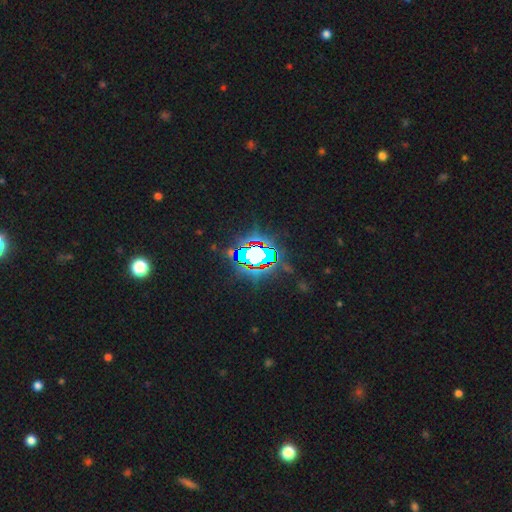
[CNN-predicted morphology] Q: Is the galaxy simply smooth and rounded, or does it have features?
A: star or artifact — 73%.